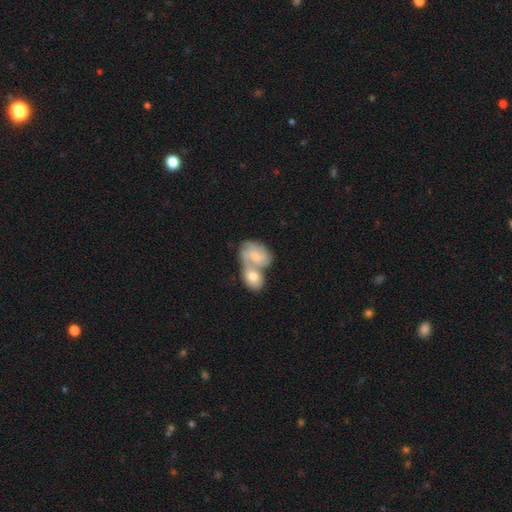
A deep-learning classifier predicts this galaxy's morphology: smooth-or-featured: featured or disk: 52% | smooth: 41% | star or artifact: 6%
  disk-edge-on: no: 96% | yes: 4%
    bar: no: 51% | weak: 40% | strong: 9%
    has-spiral-arms: yes: 76% | no: 24%
    bulge-size: small: 47% | moderate: 37% | none: 10% | large: 4% | dominant: 2%
  merging: merger: 69% | none: 17% | minor disturbance: 9% | major disturbance: 6%